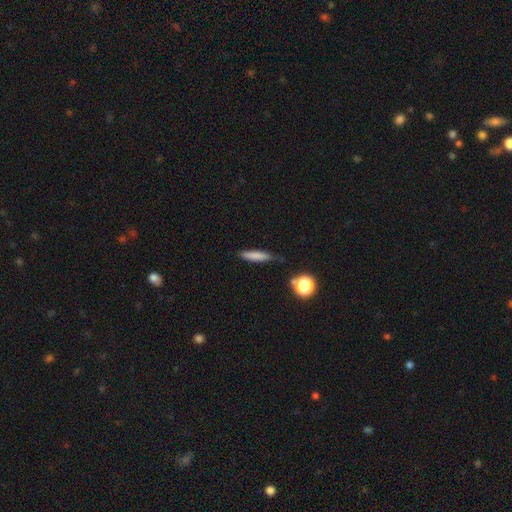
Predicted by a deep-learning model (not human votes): Overall: smooth (77%). How rounded: cigar-shaped (83%). Merging: none (78%).